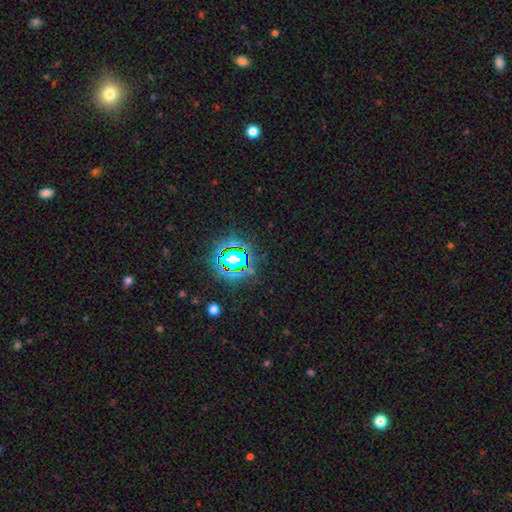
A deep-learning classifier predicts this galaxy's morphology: Smooth or featured?
  - star or artifact: 81% *
  - smooth: 12%
  - featured or disk: 7%